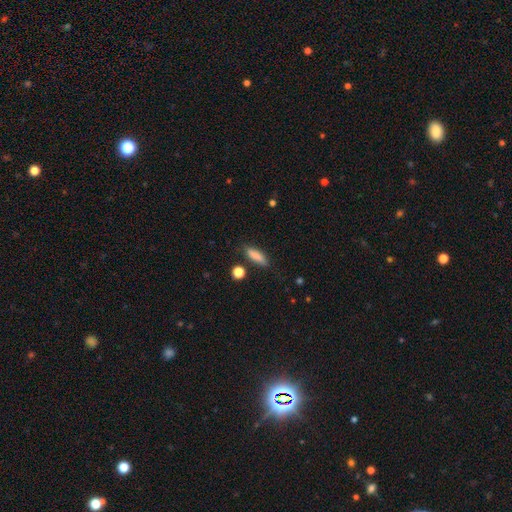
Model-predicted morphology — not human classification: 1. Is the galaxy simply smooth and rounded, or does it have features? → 84% smooth, 9% featured or disk, 8% star or artifact.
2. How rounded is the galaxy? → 51% cigar-shaped, 46% in between, 3% round.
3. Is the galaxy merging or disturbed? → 78% none, 15% minor disturbance, 4% major disturbance, 3% merger.